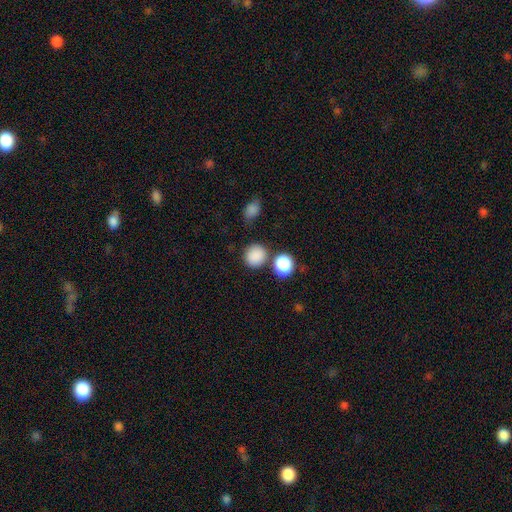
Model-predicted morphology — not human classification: This appears to be a smooth galaxy with no disk features (87%) that is round (83%). Merging: none (74%).